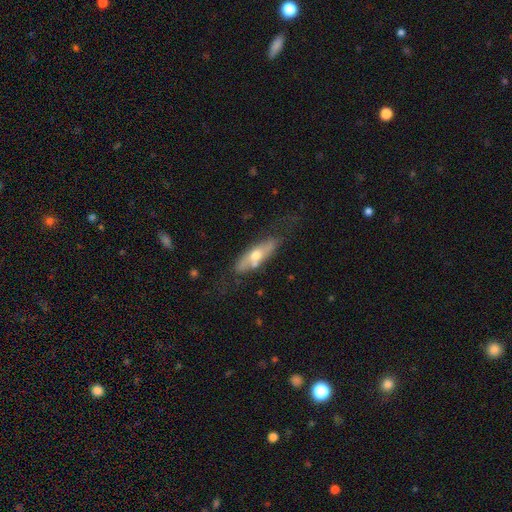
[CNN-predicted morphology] smooth-or-featured: featured or disk: 53% | smooth: 42% | star or artifact: 6%
  disk-edge-on: no: 50% (tied) | yes: 50% (tied)
  merging: none: 62% | minor disturbance: 23% | major disturbance: 10% | merger: 5%